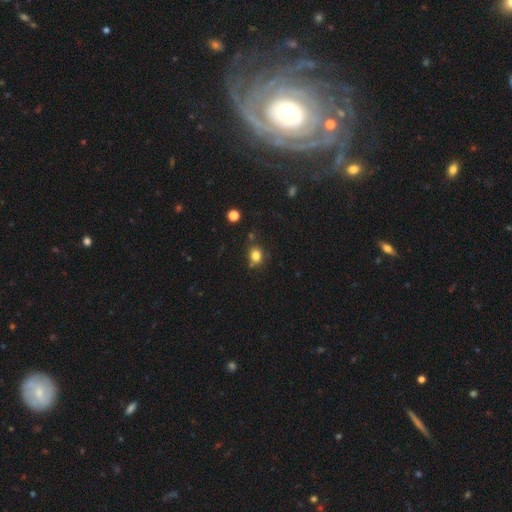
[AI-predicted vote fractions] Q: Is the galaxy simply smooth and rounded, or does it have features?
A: smooth — 80%.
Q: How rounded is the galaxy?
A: round — 69%.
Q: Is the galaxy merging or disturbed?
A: none — 72%.